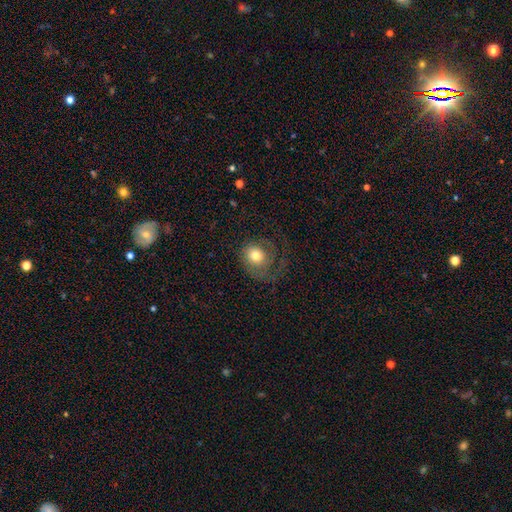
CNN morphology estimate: Smooth or featured? smooth (60%)
How rounded? round (72%)
Merging? none (45%)